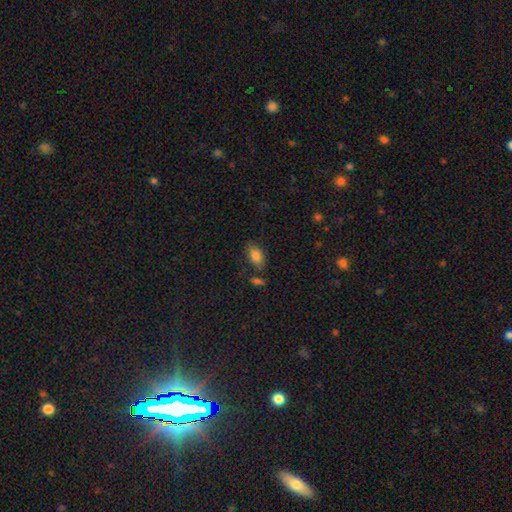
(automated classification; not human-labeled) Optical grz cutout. It shows a smooth galaxy with no disk features (83%) that is in between round and cigar-shaped (90%). Merging: none (70%).